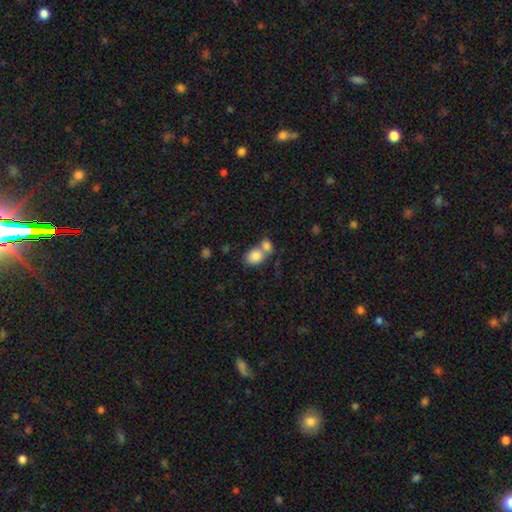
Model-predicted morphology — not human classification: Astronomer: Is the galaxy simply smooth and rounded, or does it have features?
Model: smooth — 84%.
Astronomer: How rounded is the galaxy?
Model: in between — 66%.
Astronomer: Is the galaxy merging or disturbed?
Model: merger — 56% (runner-up: none, 33%).